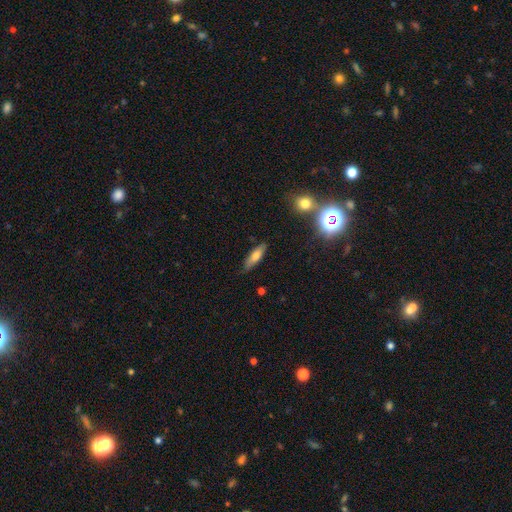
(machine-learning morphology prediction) smooth-or-featured: smooth: 63% | featured or disk: 29% | star or artifact: 9%
  how-rounded: cigar-shaped: 61% | in between: 36% | round: 2%
  merging: none: 82% | minor disturbance: 14% | major disturbance: 2% | merger: 2%